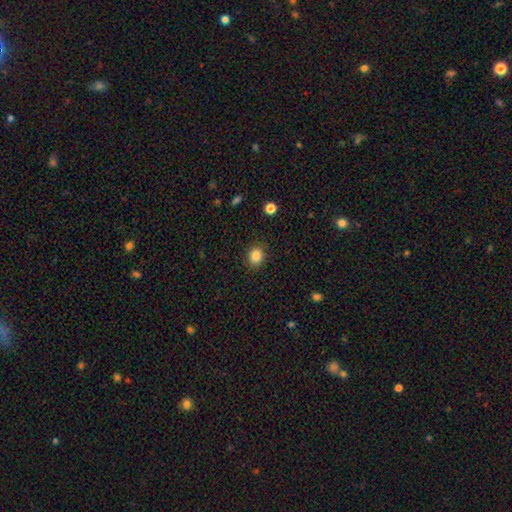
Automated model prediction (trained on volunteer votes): Smooth or featured? smooth (86%)
How rounded? round (66%)
Merging? none (87%)